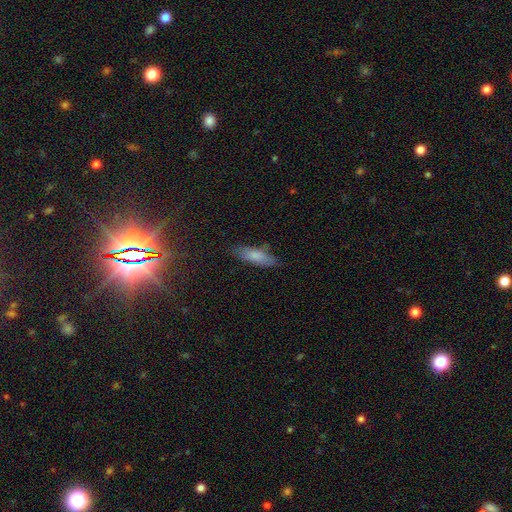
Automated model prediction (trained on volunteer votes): smooth_or_featured: smooth (p=0.77) [alt: featured or disk p=0.16]
how_rounded: cigar-shaped (p=0.52) [alt: in between p=0.46]
merging: none (p=0.76) [alt: minor disturbance p=0.18]